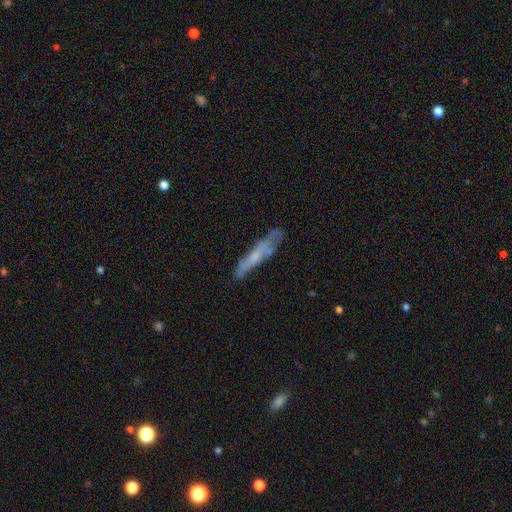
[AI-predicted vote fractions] A smooth galaxy with no disk features (47%). Merging: none (64%).